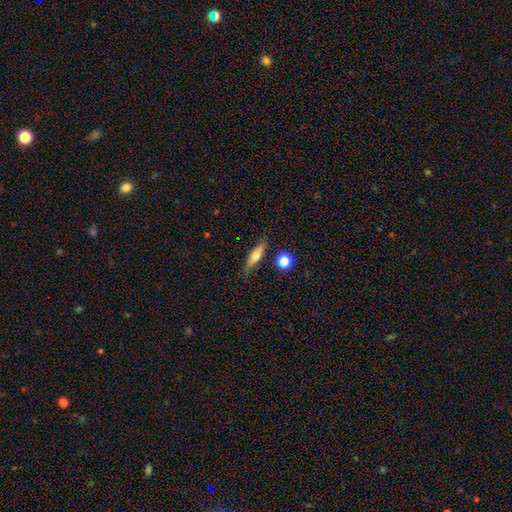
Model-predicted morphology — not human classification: A smooth galaxy with no disk features (55%) that is cigar-shaped (59%). Merging: none (81%).